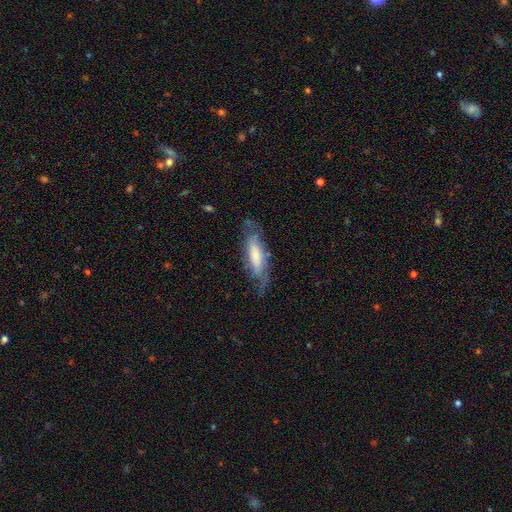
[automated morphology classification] smooth_or_featured: featured or disk (p=0.52) [alt: smooth p=0.42]
disk_edge_on: no (p=0.72) [alt: yes p=0.28]
merging: none (p=0.64) [alt: minor disturbance p=0.23]